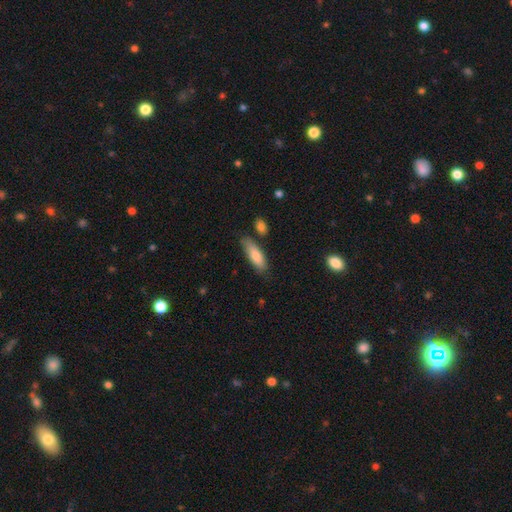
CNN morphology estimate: A smooth galaxy with no disk features (79%) that is in between round and cigar-shaped (54%).

Vote fractions:
- Smooth or featured? smooth: 79% / featured or disk: 15% / star or artifact: 6%
- How rounded? in between: 54% / cigar-shaped: 45% / round: 2%
- Merging? none: 71% / minor disturbance: 20% / merger: 5% / major disturbance: 4%